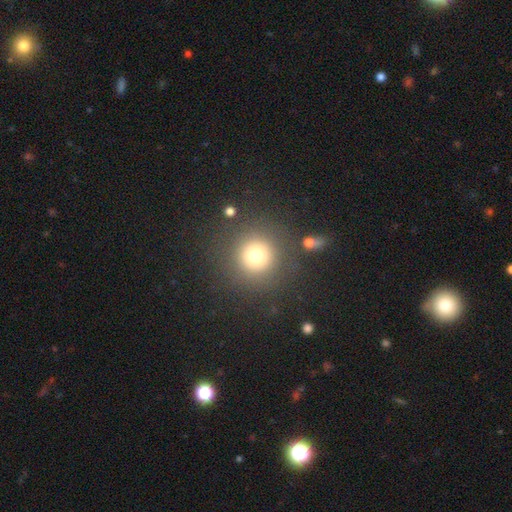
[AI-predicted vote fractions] smooth_or_featured: smooth (p=0.73) [alt: star or artifact p=0.16]
how_rounded: round (p=0.95) [alt: in between p=0.04]
merging: none (p=0.82) [alt: minor disturbance p=0.08]